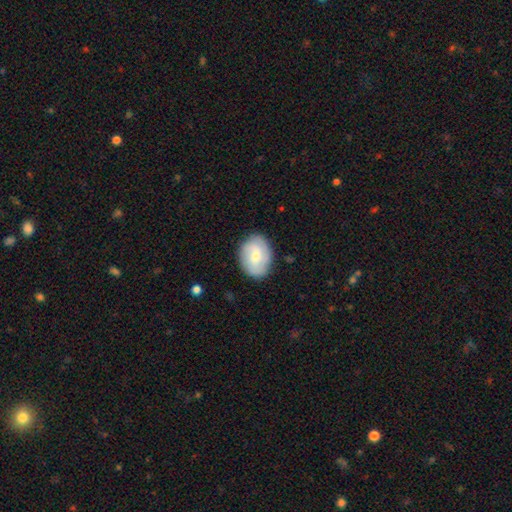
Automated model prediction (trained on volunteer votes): smooth_or_featured: smooth (p=0.57) [alt: featured or disk p=0.37]
how_rounded: in between (p=0.67) [alt: round p=0.32]
merging: none (p=0.82) [alt: minor disturbance p=0.13]